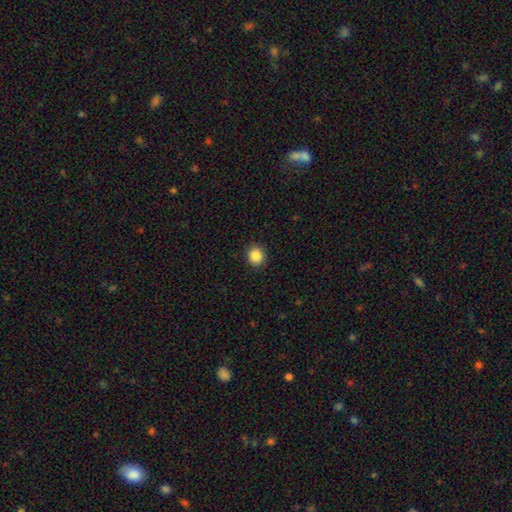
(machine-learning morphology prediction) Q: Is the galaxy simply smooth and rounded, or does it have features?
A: smooth — 86%.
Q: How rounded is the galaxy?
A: round — 84%.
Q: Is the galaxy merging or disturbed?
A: none — 91%.